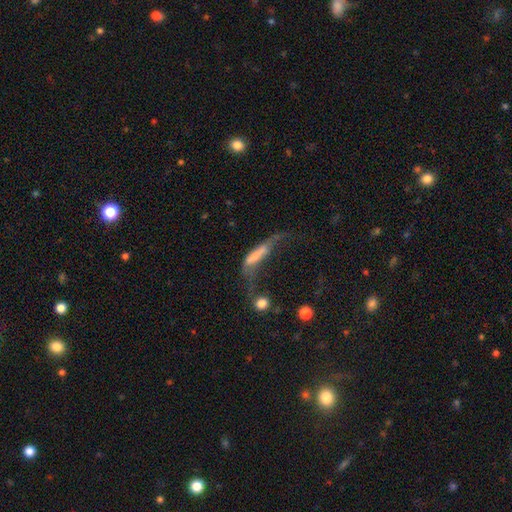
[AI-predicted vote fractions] smooth_or_featured: smooth (p=0.54) [alt: featured or disk p=0.36]
how_rounded: cigar-shaped (p=0.66) [alt: in between p=0.30]
merging: major disturbance (p=0.46) [alt: merger p=0.23]